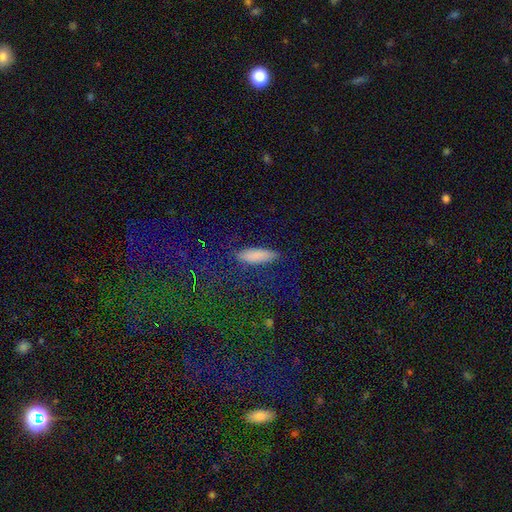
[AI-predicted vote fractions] A smooth galaxy with no disk features (78%) that is cigar-shaped (51%).

Vote fractions:
- Smooth or featured? smooth: 78% / star or artifact: 11% / featured or disk: 10%
- How rounded? cigar-shaped: 51% / in between: 46% / round: 3%
- Merging? none: 80% / minor disturbance: 14% / major disturbance: 4% / merger: 2%